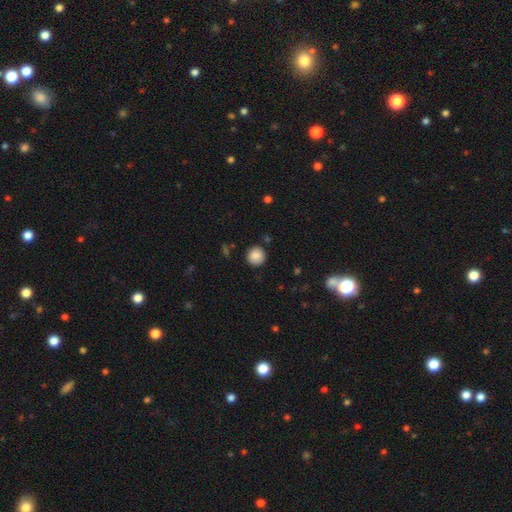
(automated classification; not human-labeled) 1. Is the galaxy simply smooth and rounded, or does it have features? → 87% smooth, 9% star or artifact, 4% featured or disk.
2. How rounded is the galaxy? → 94% round, 5% in between, 1% cigar-shaped.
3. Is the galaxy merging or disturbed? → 89% none, 7% minor disturbance, 2% major disturbance, 2% merger.